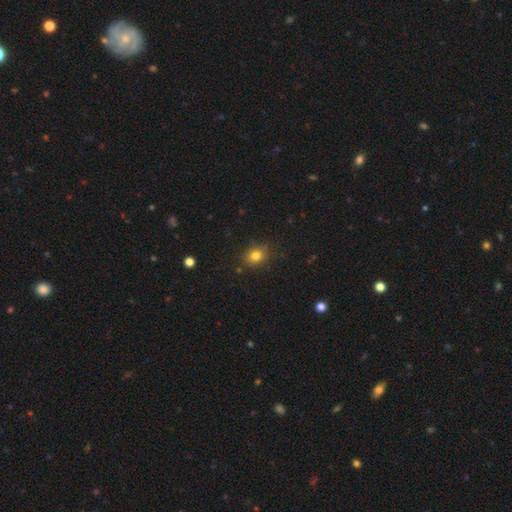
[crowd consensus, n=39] Q: Smooth or featured?
A: smooth (85%); runner-up: featured or disk (8%)
Q: How rounded?
A: round (64%); runner-up: in between (36%)
Q: Merging?
A: none (81%); runner-up: minor disturbance (17%)